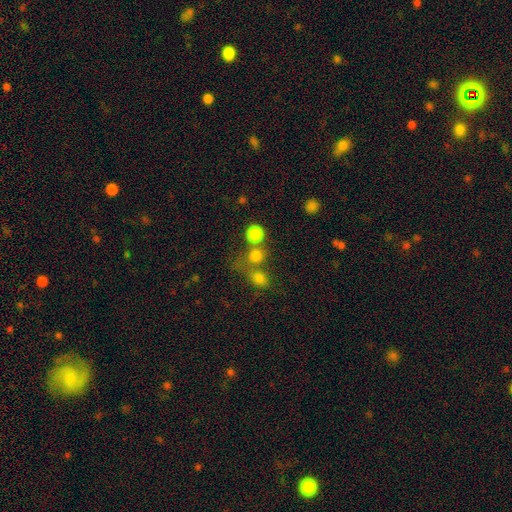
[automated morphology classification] smooth-or-featured: smooth: 78% | star or artifact: 15% | featured or disk: 7%
  how-rounded: round: 82% | in between: 16% | cigar-shaped: 1%
  merging: none: 54% | merger: 32% | minor disturbance: 8% | major disturbance: 6%